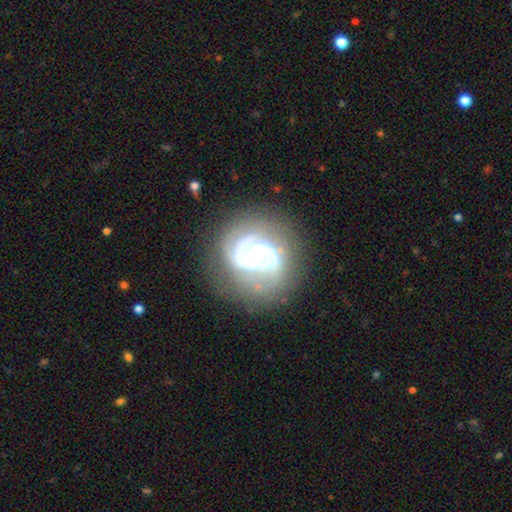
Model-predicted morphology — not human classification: The model was most divided on "bulge size": small: 51%, moderate: 44%, large: 3%, none: 1%, dominant: 1%. More confident: edge-on disk — no (98%); spiral arms — yes (93%); smooth or featured — featured or disk (87%); merging — none (71%); spiral arm count — 2 (58%); bar — no (58%); spiral winding — tight (55%).